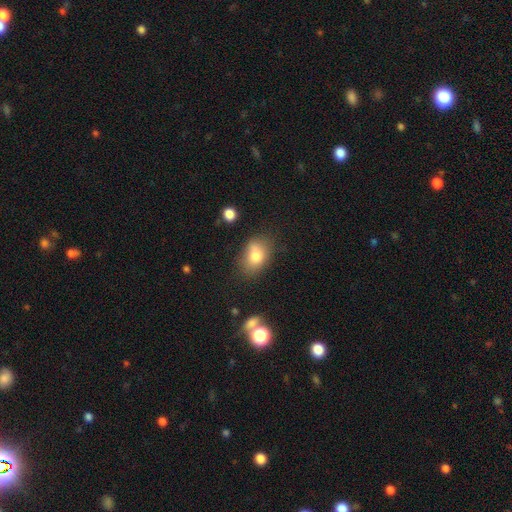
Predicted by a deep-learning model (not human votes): This is likely a smooth galaxy (77%). How rounded: likely in between (78%). Merging: possibly none (60%).